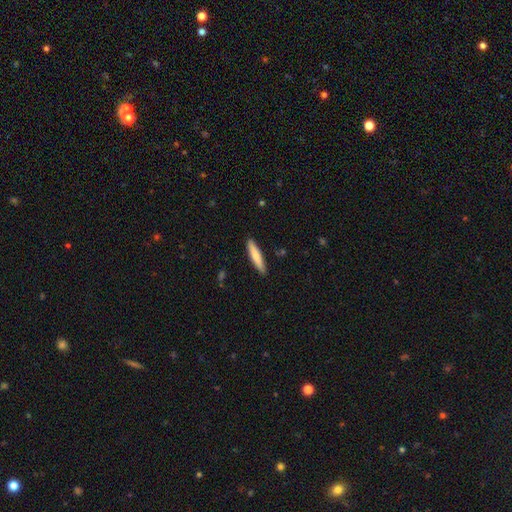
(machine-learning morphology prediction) A smooth galaxy with no disk features (73%) that is cigar-shaped (85%).

Vote fractions:
- Smooth or featured? smooth: 73% / featured or disk: 22% / star or artifact: 5%
- How rounded? cigar-shaped: 85% / in between: 14% / round: 1%
- Merging? none: 88% / minor disturbance: 9% / major disturbance: 2% / merger: 1%